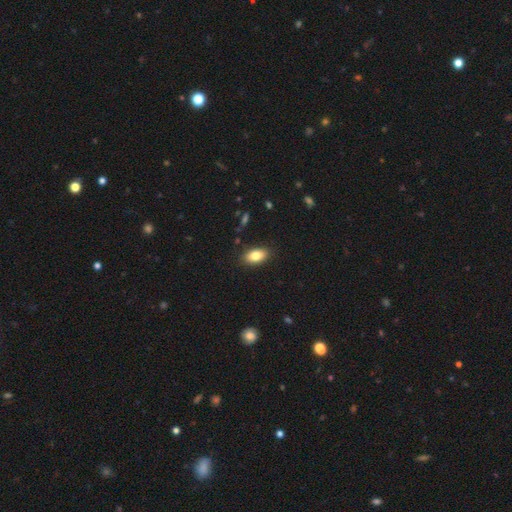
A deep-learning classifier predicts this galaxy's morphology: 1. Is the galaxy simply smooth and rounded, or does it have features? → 82% smooth, 10% featured or disk, 8% star or artifact.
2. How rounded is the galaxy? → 91% in between, 6% round, 3% cigar-shaped.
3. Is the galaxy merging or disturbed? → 88% none, 9% minor disturbance, 2% major disturbance, 1% merger.